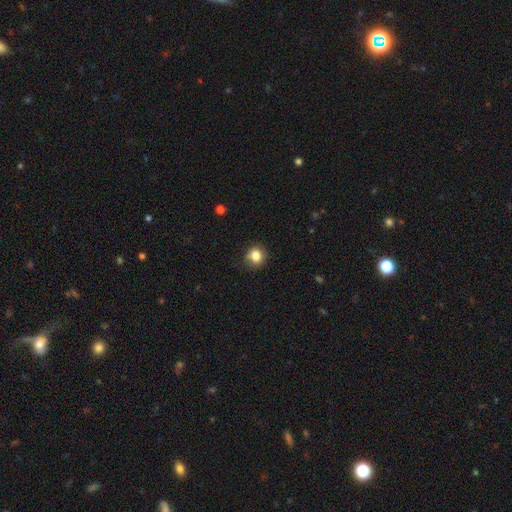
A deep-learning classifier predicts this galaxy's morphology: Smooth or featured? smooth (83%)
How rounded? round (78%)
Merging? none (80%)